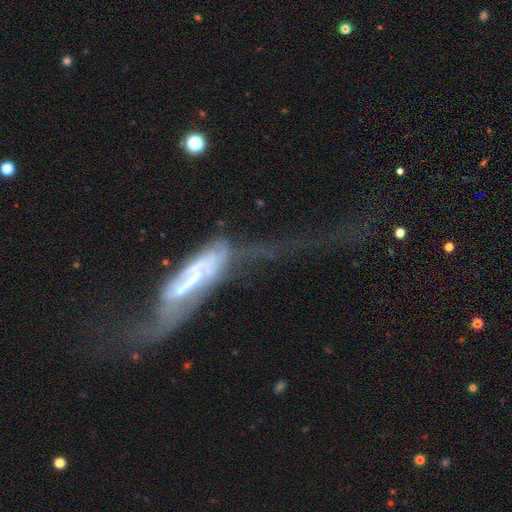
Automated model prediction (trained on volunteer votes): Smooth or featured? featured or disk (70%)
Edge-on disk? no (72%)
Bar? strong (35%, tied with no)
Spiral arms? yes (61%)
Bulge size? small (39%)
Merging? major disturbance (51%)